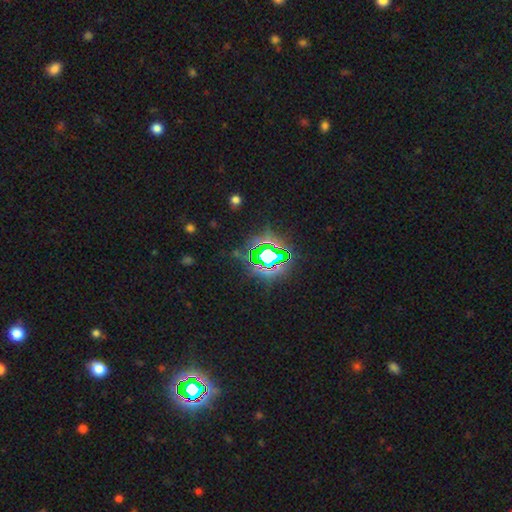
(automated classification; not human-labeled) This is clearly a star or artifact rather than a galaxy (81%).